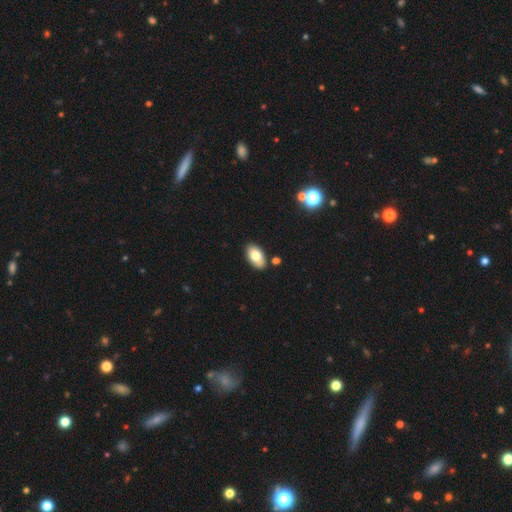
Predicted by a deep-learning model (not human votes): smooth 79%, featured or disk 13%, star or artifact 7%. Down the decision tree: how rounded — in between (94%); merging — none (84%).